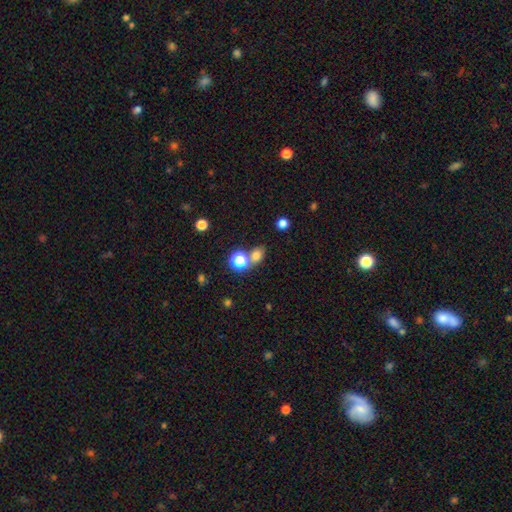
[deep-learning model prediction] smooth 72%, star or artifact 20%, featured or disk 8%. Down the decision tree: how rounded — round (51%); merging — none (61%).